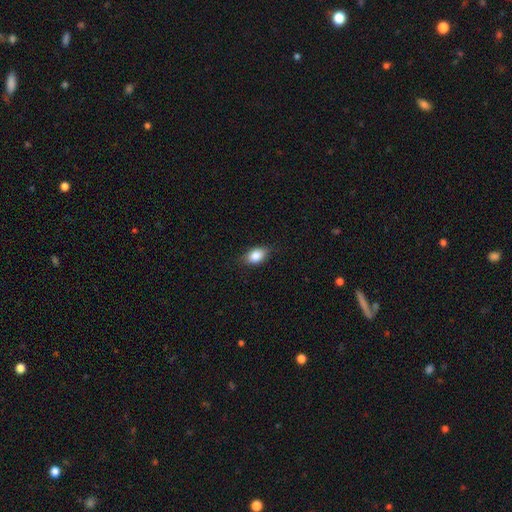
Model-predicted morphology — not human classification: This appears to be a smooth galaxy with no disk features (85%) that is in between round and cigar-shaped (85%). Merging: none (82%).